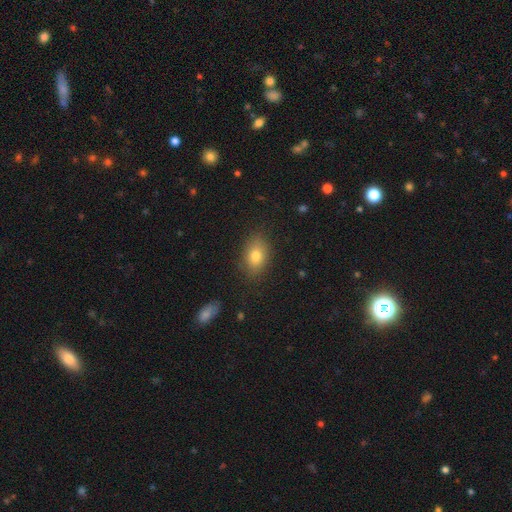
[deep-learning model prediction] Morphology: type=smooth (81%); roundness=in between (83%); merging=none (82%).